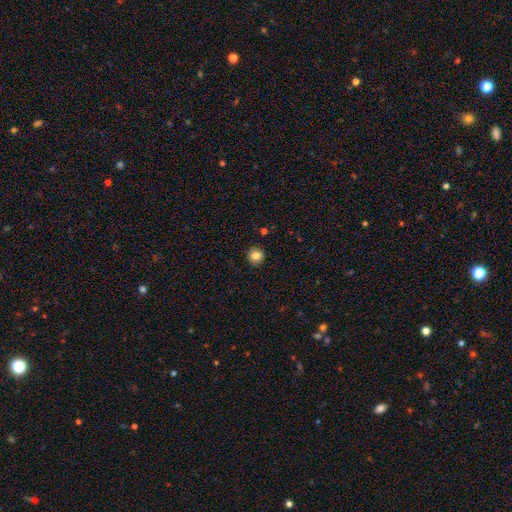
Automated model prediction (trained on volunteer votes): Q: Smooth or featured?
A: smooth (84%); runner-up: star or artifact (10%)
Q: How rounded?
A: round (91%); runner-up: in between (8%)
Q: Merging?
A: none (91%); runner-up: minor disturbance (6%)